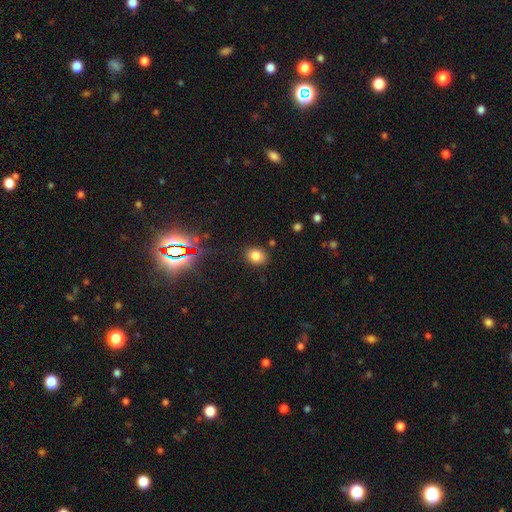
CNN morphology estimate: Overall: smooth (78%). How rounded: in between (51%; round 48%). Merging: none (85%).